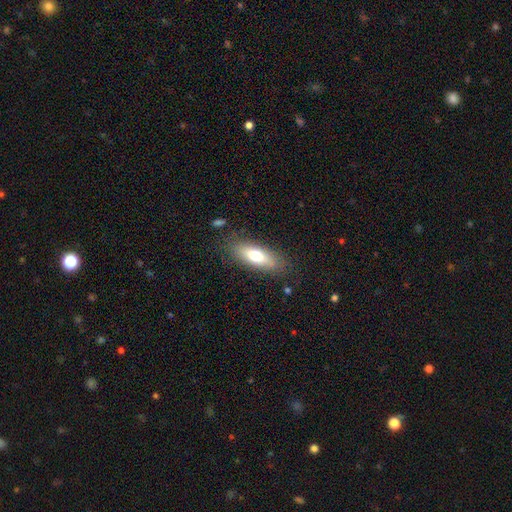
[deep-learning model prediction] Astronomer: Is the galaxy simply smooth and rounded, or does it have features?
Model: smooth — 70%.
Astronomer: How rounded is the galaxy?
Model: in between — 63%.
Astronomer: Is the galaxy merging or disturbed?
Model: none — 83%.